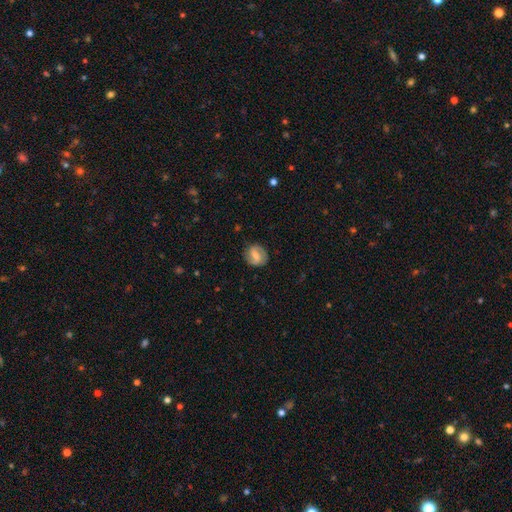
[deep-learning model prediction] Smooth or featured?
  - featured or disk: 55% *
  - smooth: 37%
  - star or artifact: 8%
Edge-on disk?
  - no: 96% *
  - yes: 4%
Bar?
  - weak: 43% *
  - strong: 39%
  - no: 18%
Spiral arms?
  - yes: 83% *
  - no: 17%
Bulge size?
  - small: 39% *
  - moderate: 37%
  - none: 16%
  - large: 7%
  - dominant: 2%
Merging?
  - none: 80% *
  - minor disturbance: 14%
  - major disturbance: 5%
  - merger: 1%